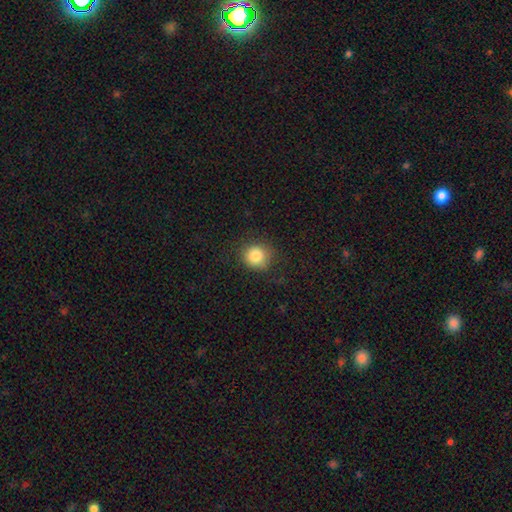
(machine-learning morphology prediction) smooth 84%, star or artifact 10%, featured or disk 6%. Down the decision tree: how rounded — round (87%); merging — none (80%).